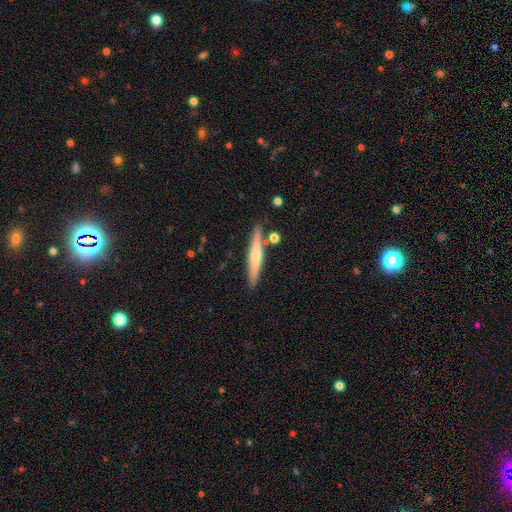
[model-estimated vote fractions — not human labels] Morphology: type=featured or disk (47%); merging=none (84%).